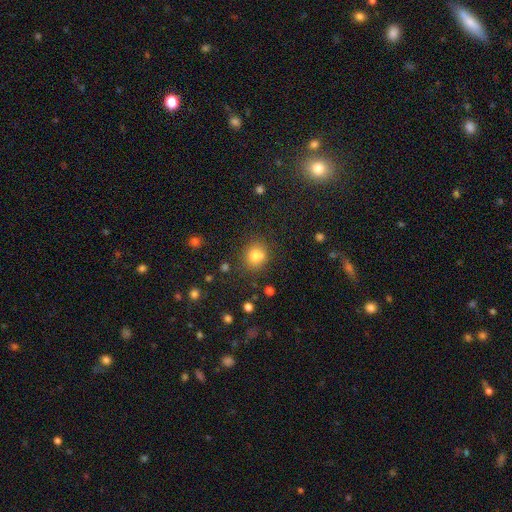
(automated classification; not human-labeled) Smooth or featured?
  - smooth: 79% *
  - star or artifact: 13%
  - featured or disk: 8%
How rounded?
  - round: 77% *
  - in between: 22%
  - cigar-shaped: 1%
Merging?
  - none: 73% *
  - minor disturbance: 14%
  - merger: 8%
  - major disturbance: 4%